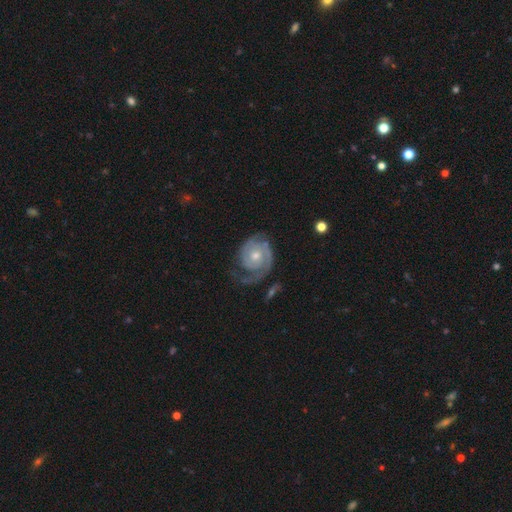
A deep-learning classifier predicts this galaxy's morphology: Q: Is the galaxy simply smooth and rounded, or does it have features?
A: featured or disk — 86%.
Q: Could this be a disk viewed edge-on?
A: no — 98%.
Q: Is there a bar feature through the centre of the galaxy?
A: no — 74%.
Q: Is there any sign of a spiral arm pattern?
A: yes — 96%.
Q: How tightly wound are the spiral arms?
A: tight — 59%.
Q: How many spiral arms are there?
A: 2 — 53%.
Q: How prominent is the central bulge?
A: moderate — 49%.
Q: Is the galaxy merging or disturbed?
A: none — 56%.